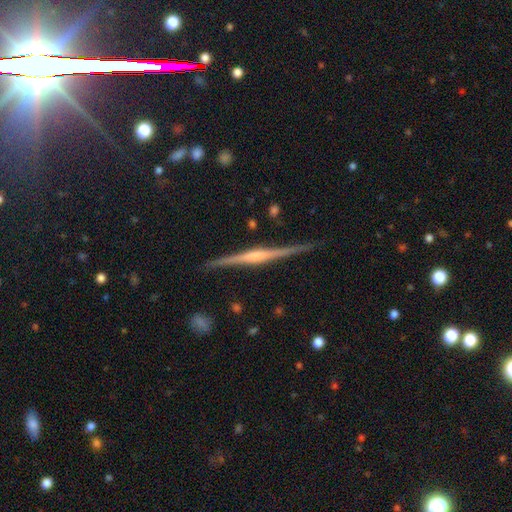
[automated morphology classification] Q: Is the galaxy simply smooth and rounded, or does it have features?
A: featured or disk — 85%.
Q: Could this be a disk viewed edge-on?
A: yes — 98%.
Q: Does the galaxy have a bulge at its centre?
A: rounded — 68%.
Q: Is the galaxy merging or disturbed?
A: none — 89%.